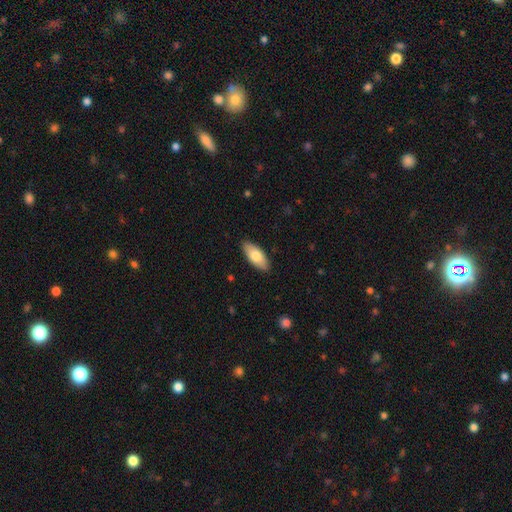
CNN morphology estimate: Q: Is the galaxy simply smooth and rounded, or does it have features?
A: smooth — 77%.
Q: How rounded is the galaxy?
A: in between — 84%.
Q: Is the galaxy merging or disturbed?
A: none — 88%.